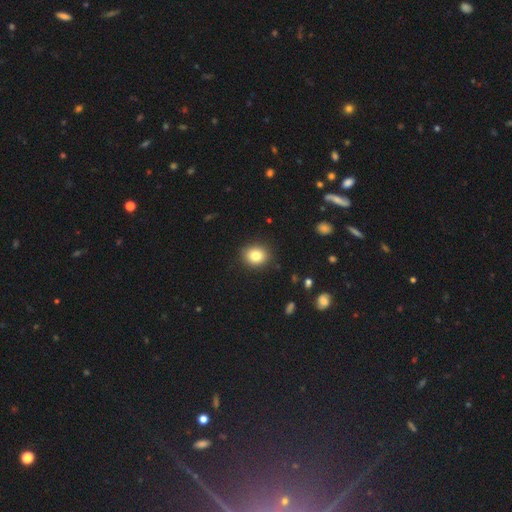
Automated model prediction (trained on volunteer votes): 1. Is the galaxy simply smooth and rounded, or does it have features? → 83% smooth, 10% star or artifact, 7% featured or disk.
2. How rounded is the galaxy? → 64% round, 35% in between, 1% cigar-shaped.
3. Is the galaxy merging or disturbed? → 88% none, 8% minor disturbance, 2% major disturbance, 1% merger.